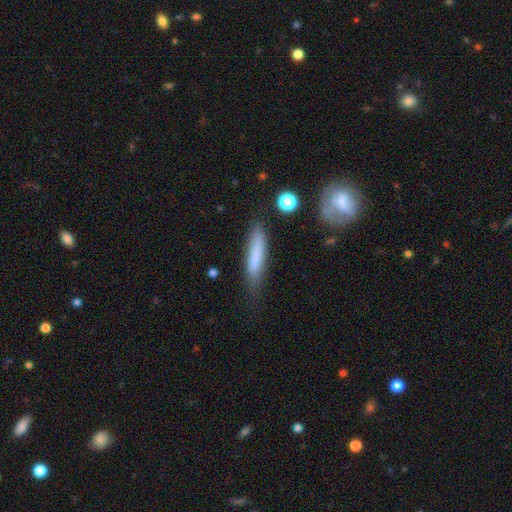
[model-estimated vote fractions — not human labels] The model was most divided on "merging": none: 72%, minor disturbance: 20%, major disturbance: 6%, merger: 3%. More confident: how rounded — cigar-shaped (86%); smooth or featured — smooth (76%).